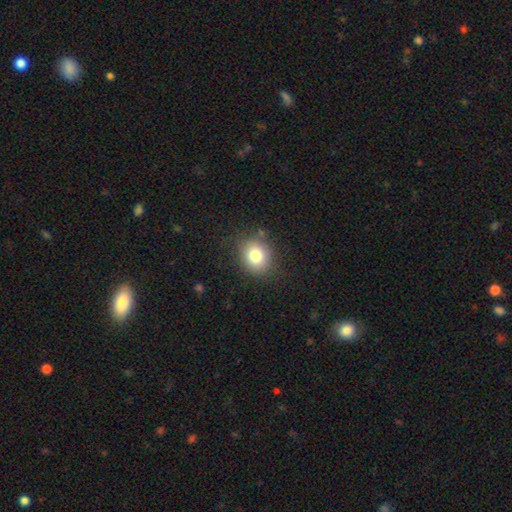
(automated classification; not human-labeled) smooth_or_featured: smooth (p=0.79) [alt: star or artifact p=0.11]
how_rounded: round (p=0.68) [alt: in between p=0.32]
merging: none (p=0.83) [alt: minor disturbance p=0.11]